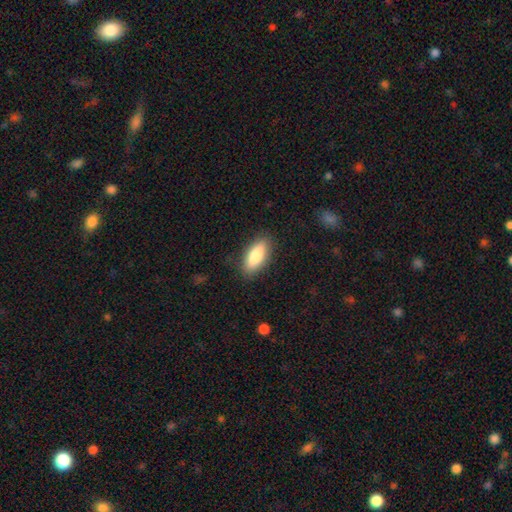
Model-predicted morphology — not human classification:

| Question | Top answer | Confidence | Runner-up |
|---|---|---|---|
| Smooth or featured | smooth | 81% | featured or disk (13%) |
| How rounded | in between | 76% | cigar-shaped (22%) |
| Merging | none | 85% | minor disturbance (11%) |